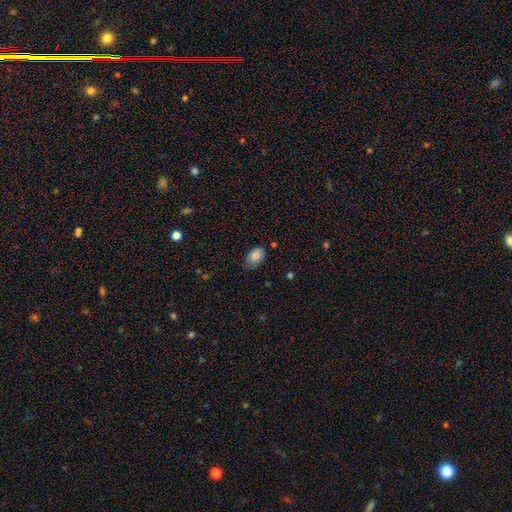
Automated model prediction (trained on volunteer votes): A smooth galaxy with no disk features (83%) that is in between round and cigar-shaped (88%). Merging: none (66%).